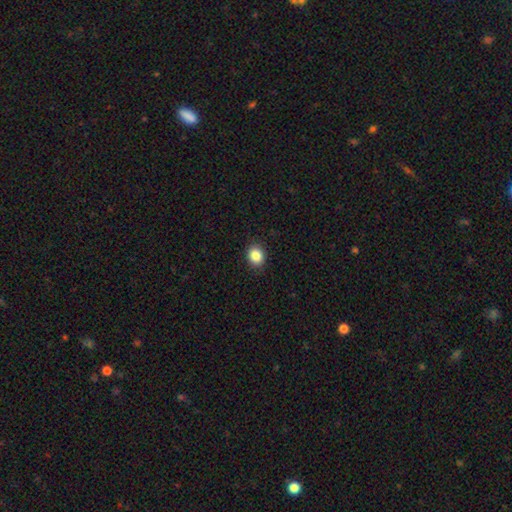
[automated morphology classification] A smooth galaxy with no disk features (86%) that is round (59%). Merging: none (90%).